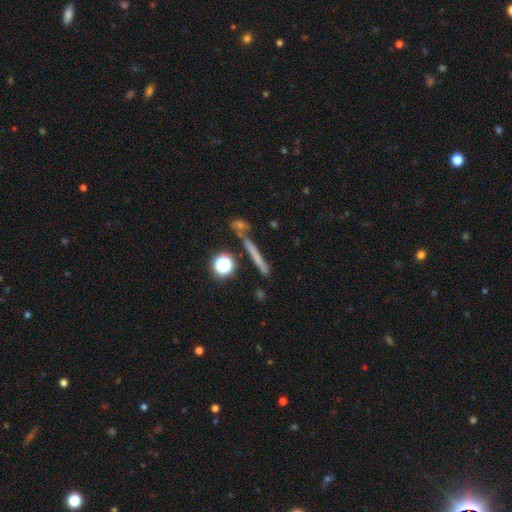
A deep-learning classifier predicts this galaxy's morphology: smooth-or-featured: smooth: 48% | featured or disk: 34% | star or artifact: 18%
  merging: none: 72% | merger: 12% | minor disturbance: 11% | major disturbance: 5%